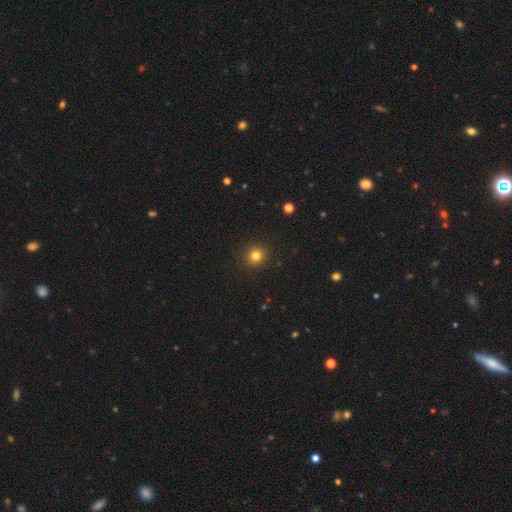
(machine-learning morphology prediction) smooth_or_featured: smooth (p=0.81) [alt: star or artifact p=0.13]
how_rounded: round (p=0.92) [alt: in between p=0.07]
merging: none (p=0.92) [alt: minor disturbance p=0.05]